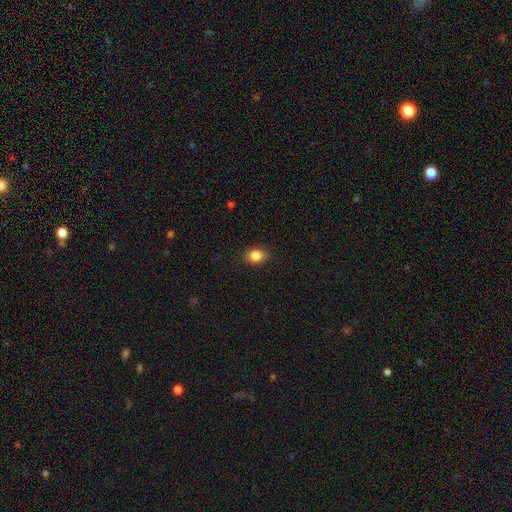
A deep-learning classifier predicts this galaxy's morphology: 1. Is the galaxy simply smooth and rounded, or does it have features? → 85% smooth, 10% star or artifact, 5% featured or disk.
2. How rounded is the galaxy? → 53% round, 45% in between, 1% cigar-shaped.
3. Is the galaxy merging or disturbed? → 85% none, 12% minor disturbance, 3% major disturbance, 1% merger.